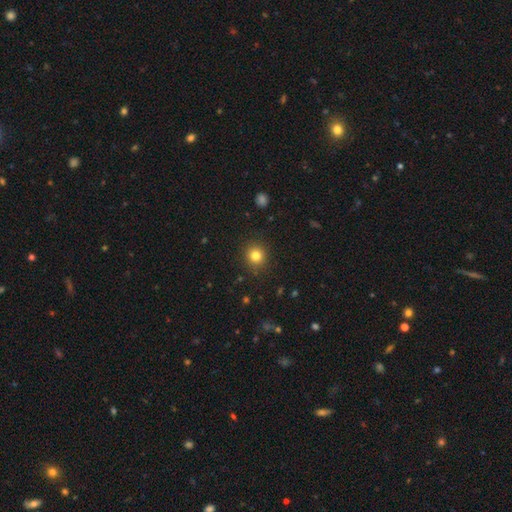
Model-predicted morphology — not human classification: Smooth or featured: smooth — 81% (star or artifact — 13%)
How rounded: round — 90% (in between — 9%)
Merging: none — 90% (minor disturbance — 6%)